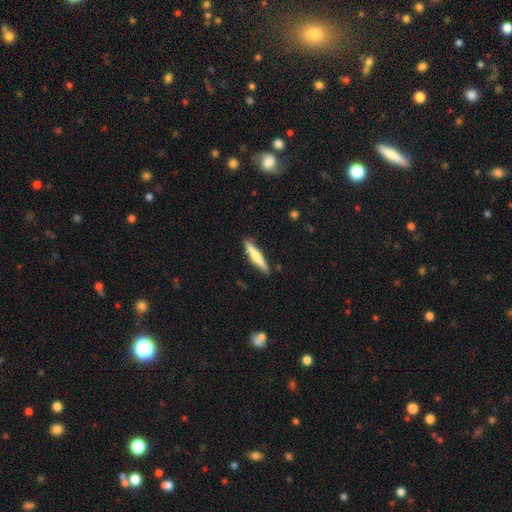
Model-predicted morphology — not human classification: Smooth or featured? Predicted: smooth (p=0.61). How rounded? Predicted: cigar-shaped (p=0.89). Merging? Predicted: none (p=0.88).